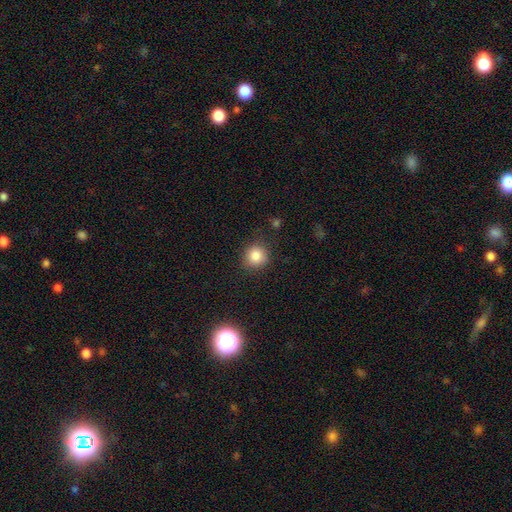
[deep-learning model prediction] Q: Smooth or featured?
A: smooth (84%); runner-up: star or artifact (11%)
Q: How rounded?
A: round (86%); runner-up: in between (13%)
Q: Merging?
A: none (82%); runner-up: minor disturbance (12%)